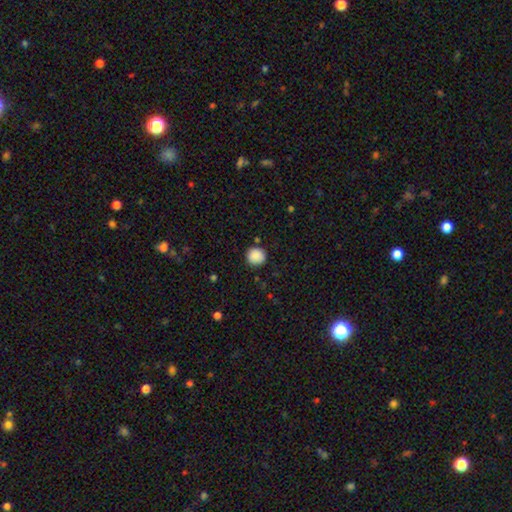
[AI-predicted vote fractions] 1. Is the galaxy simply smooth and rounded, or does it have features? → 88% smooth, 9% star or artifact, 3% featured or disk.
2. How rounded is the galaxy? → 92% round, 7% in between, 1% cigar-shaped.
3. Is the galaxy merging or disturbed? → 88% none, 8% minor disturbance, 2% major disturbance, 2% merger.